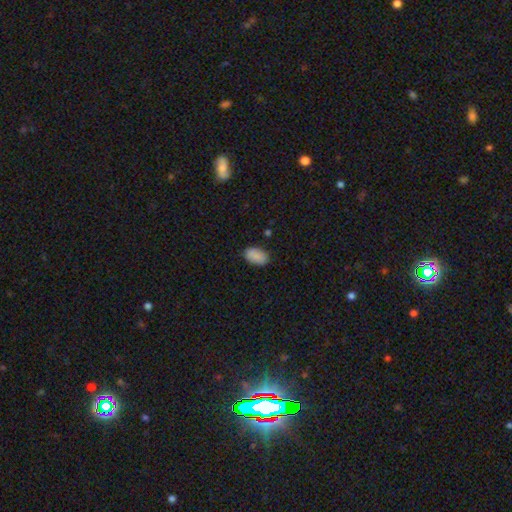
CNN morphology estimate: type=smooth (89%); roundness=in between (93%); merging=none (87%).